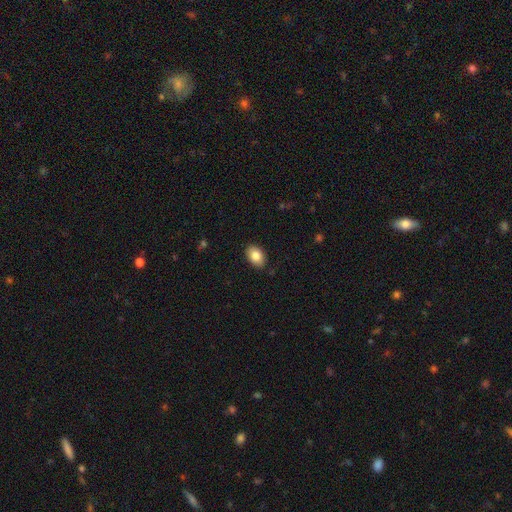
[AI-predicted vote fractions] Overall: smooth (83%). How rounded: in between (86%). Merging: none (88%).